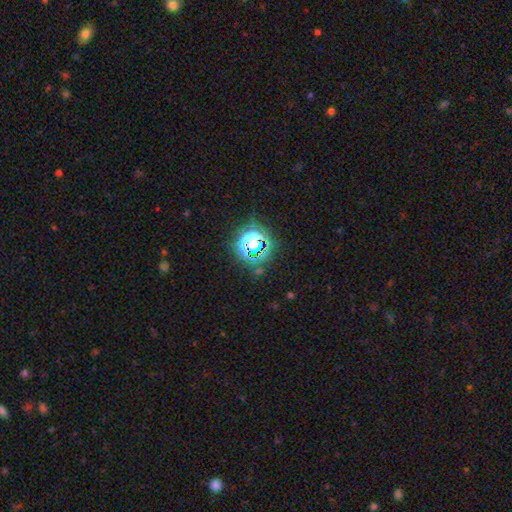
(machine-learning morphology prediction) Q: Smooth or featured?
A: star or artifact (76%); runner-up: smooth (17%)